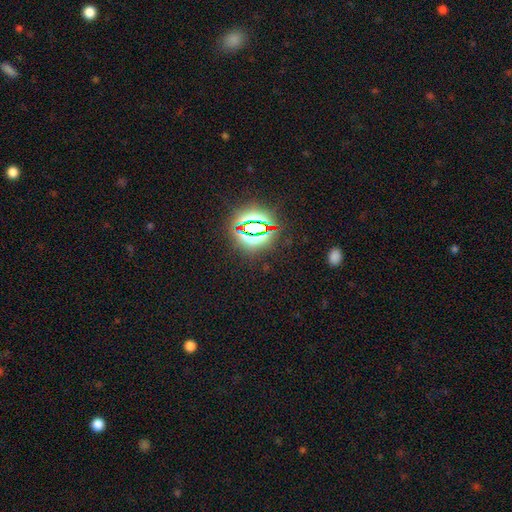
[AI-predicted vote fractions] Smooth or featured: star or artifact — 83% (smooth — 11%)